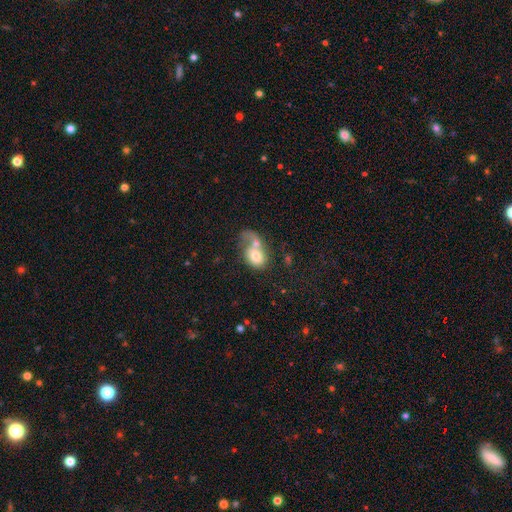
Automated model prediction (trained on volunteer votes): A smooth galaxy with no disk features (66%) that is in between round and cigar-shaped (65%). Merging: merger (53%).